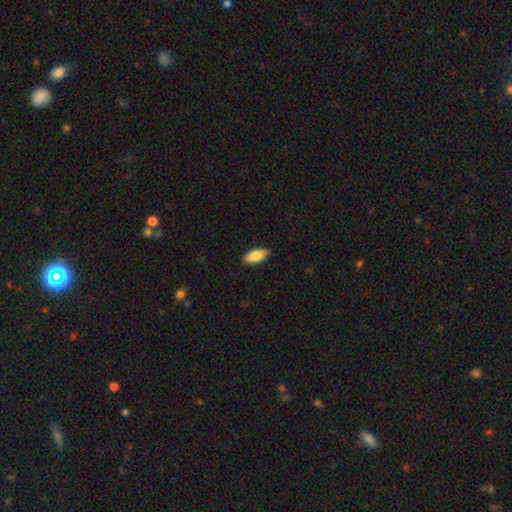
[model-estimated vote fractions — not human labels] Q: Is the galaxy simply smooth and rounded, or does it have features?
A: smooth — 84%.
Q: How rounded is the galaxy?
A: in between — 90%.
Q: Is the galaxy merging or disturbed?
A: none — 88%.